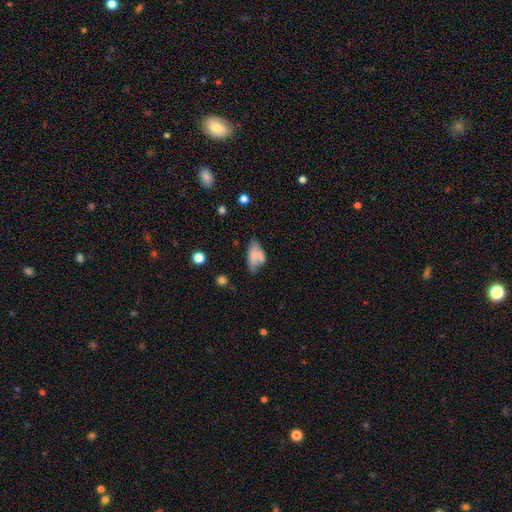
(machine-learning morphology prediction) type=smooth (66%); roundness=in between (76%); merging=none (41%).